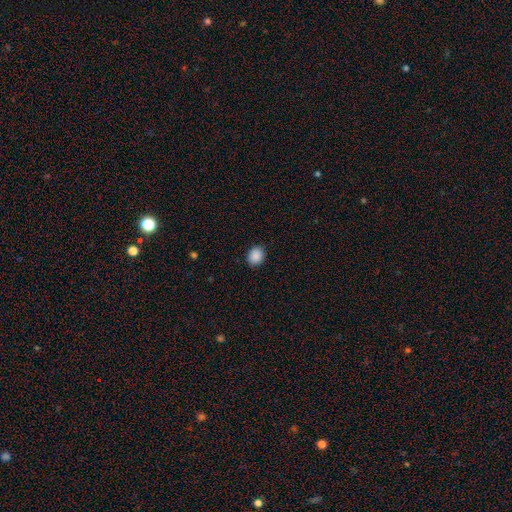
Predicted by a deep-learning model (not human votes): Smooth or featured?
  - smooth: 89% *
  - star or artifact: 8%
  - featured or disk: 2%
How rounded?
  - round: 61% *
  - in between: 38%
  - cigar-shaped: 1%
Merging?
  - none: 89% *
  - minor disturbance: 8%
  - major disturbance: 2%
  - merger: 1%